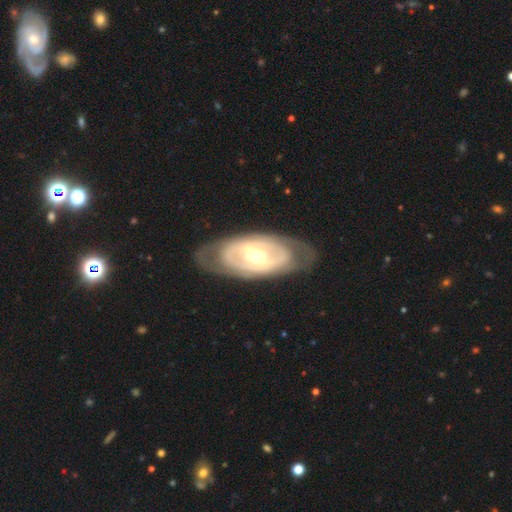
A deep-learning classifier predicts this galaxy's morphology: The model was most divided on "spiral arms": no: 55%, yes: 45%. Remaining: edge-on disk — no (90%); merging — none (76%); smooth or featured — featured or disk (74%); bulge size — moderate (70%); bar — no (47%).